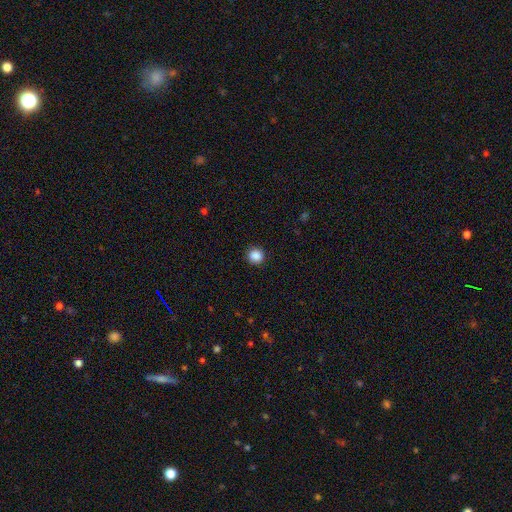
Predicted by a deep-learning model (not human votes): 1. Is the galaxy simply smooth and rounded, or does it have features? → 88% smooth, 10% star or artifact, 3% featured or disk.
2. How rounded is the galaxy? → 94% round, 5% in between, 1% cigar-shaped.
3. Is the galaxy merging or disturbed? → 92% none, 5% minor disturbance, 2% major disturbance, 1% merger.